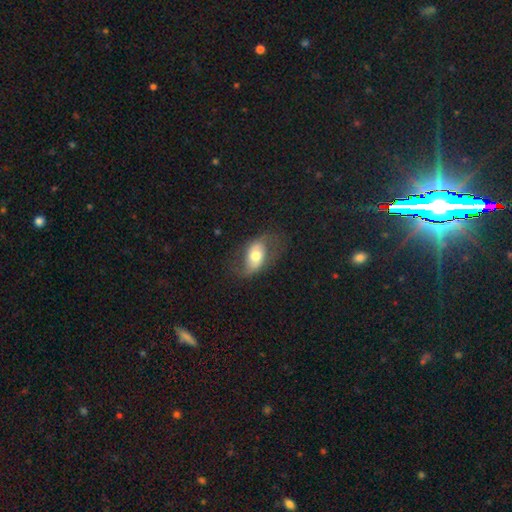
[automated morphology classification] Smooth or featured: featured or disk — 49% (smooth — 44%)
Merging: none — 61% (minor disturbance — 23%)